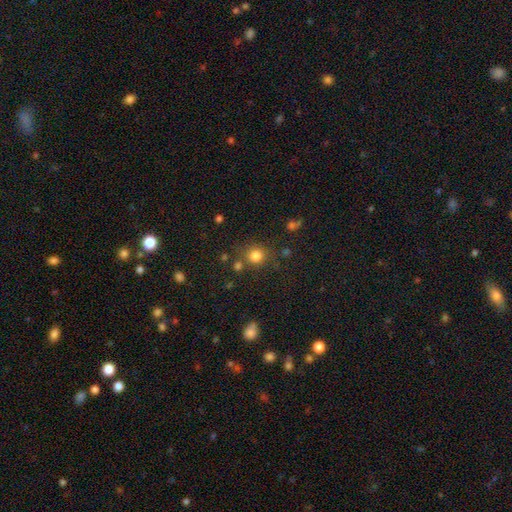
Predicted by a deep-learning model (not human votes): This is clearly a smooth galaxy (81%). How rounded: clearly round (88%). Merging: likely none (75%).